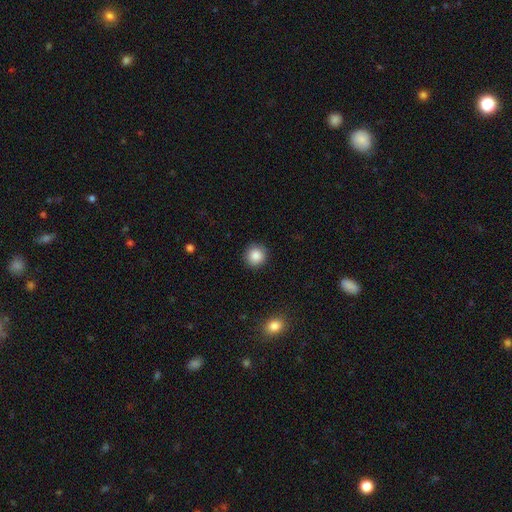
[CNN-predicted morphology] A smooth galaxy with no disk features (87%) that is round (93%).

Vote fractions:
- Smooth or featured? smooth: 87% / star or artifact: 9% / featured or disk: 4%
- How rounded? round: 93% / in between: 6% / cigar-shaped: 1%
- Merging? none: 90% / minor disturbance: 7% / major disturbance: 2% / merger: 1%